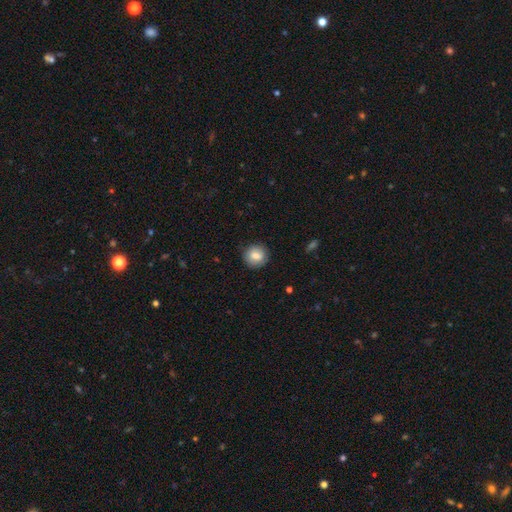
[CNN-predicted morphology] smooth_or_featured: smooth (p=0.81) [alt: featured or disk p=0.11]
how_rounded: round (p=0.88) [alt: in between p=0.11]
merging: none (p=0.86) [alt: minor disturbance p=0.10]